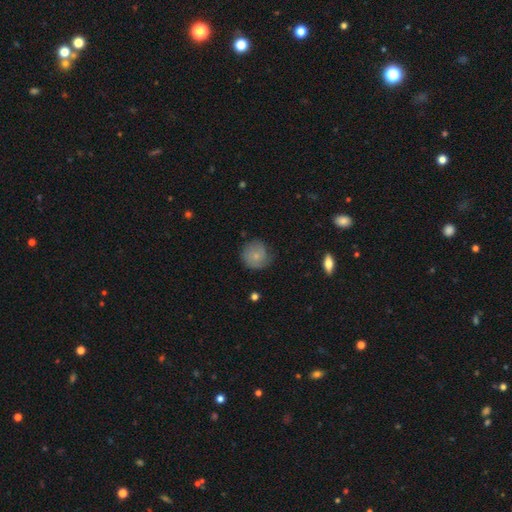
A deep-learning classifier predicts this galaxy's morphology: Q: Smooth or featured?
A: smooth (66%); runner-up: featured or disk (27%)
Q: How rounded?
A: round (90%); runner-up: in between (9%)
Q: Merging?
A: none (68%); runner-up: minor disturbance (24%)